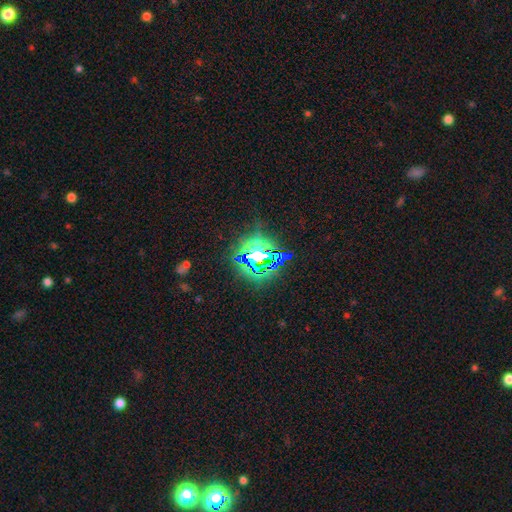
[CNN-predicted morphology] The model was most divided on "smooth or featured": star or artifact: 74%, smooth: 16%, featured or disk: 10%.